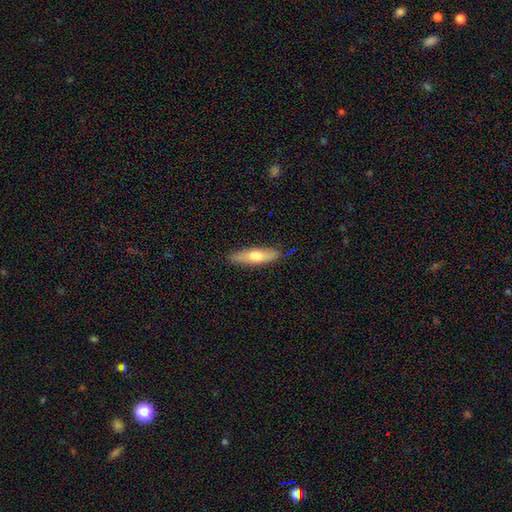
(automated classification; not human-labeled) Smooth or featured? smooth (58%)
How rounded? cigar-shaped (63%)
Merging? none (85%)